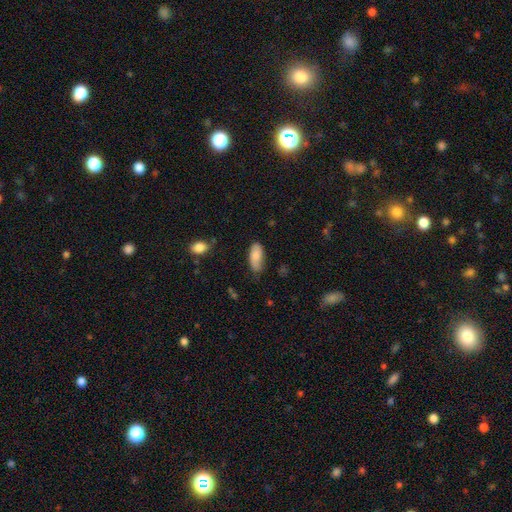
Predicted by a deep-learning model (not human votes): Smooth or featured? Predicted: smooth (p=0.84). How rounded? Predicted: in between (p=0.86). Merging? Predicted: none (p=0.68).